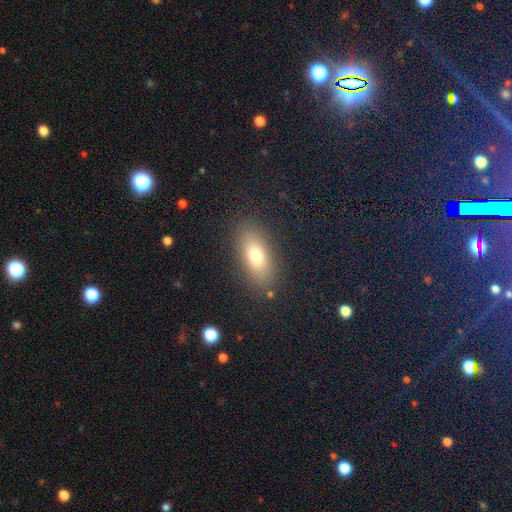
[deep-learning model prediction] smooth_or_featured: smooth (p=0.73) [alt: featured or disk p=0.16]
how_rounded: in between (p=0.81) [alt: cigar-shaped p=0.13]
merging: none (p=0.86) [alt: minor disturbance p=0.09]